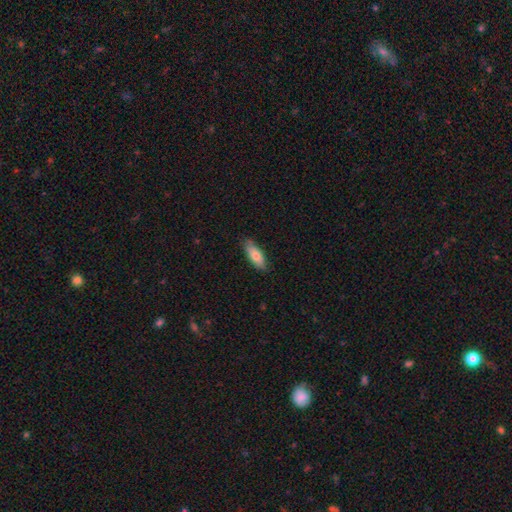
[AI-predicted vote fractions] smooth_or_featured: smooth (p=0.77) [alt: featured or disk p=0.17]
how_rounded: in between (p=0.69) [alt: cigar-shaped p=0.29]
merging: none (p=0.82) [alt: minor disturbance p=0.15]